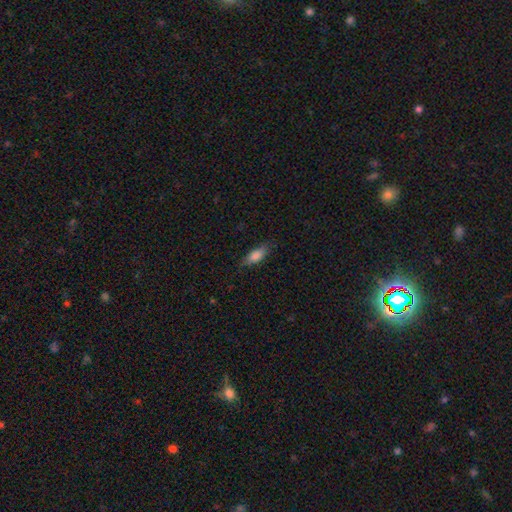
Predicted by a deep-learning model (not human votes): A smooth galaxy with no disk features (79%) that is in between round and cigar-shaped (67%). Merging: none (79%).